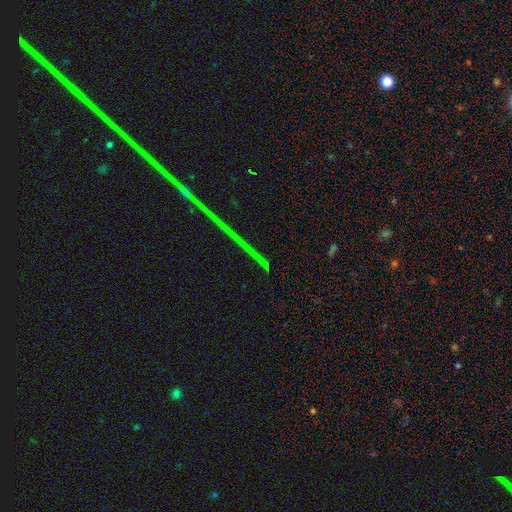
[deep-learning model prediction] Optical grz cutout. It shows a star or artifact, not a galaxy (83%).